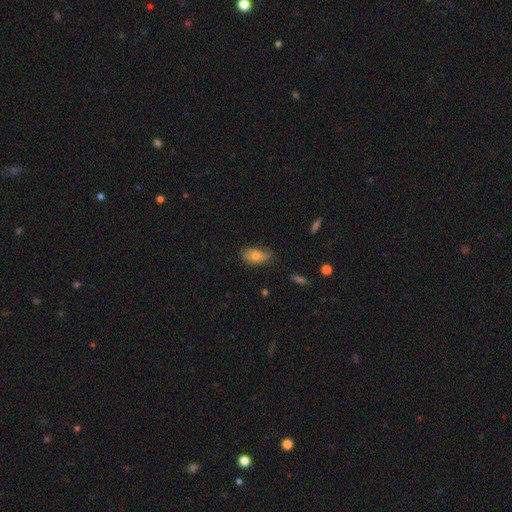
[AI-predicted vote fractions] This appears to be a smooth galaxy with no disk features (72%) that is in between round and cigar-shaped (90%). Merging: none (56%).